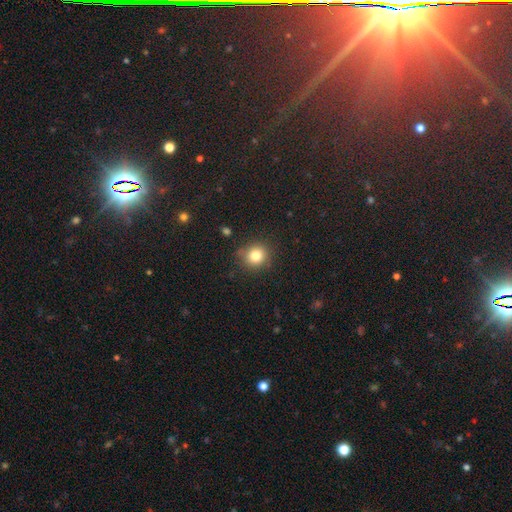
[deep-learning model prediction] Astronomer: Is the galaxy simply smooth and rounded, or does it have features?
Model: smooth — 81%.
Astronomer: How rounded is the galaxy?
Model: round — 86%.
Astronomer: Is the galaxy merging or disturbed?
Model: none — 85%.